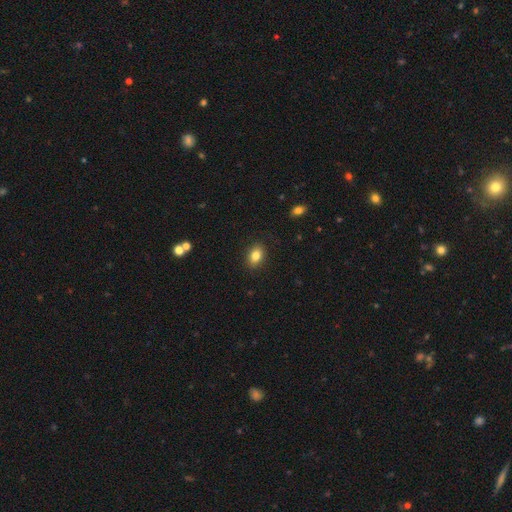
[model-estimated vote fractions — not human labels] This appears to be a smooth galaxy with no disk features (83%) that is in between round and cigar-shaped (78%). Merging: none (88%).